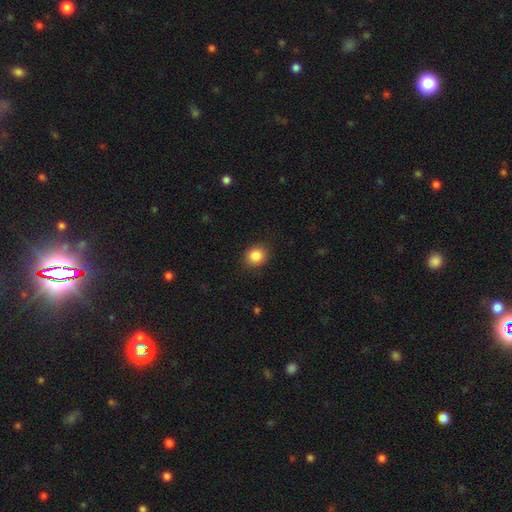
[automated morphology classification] Overall: smooth (86%). How rounded: round (76%). Merging: none (88%).